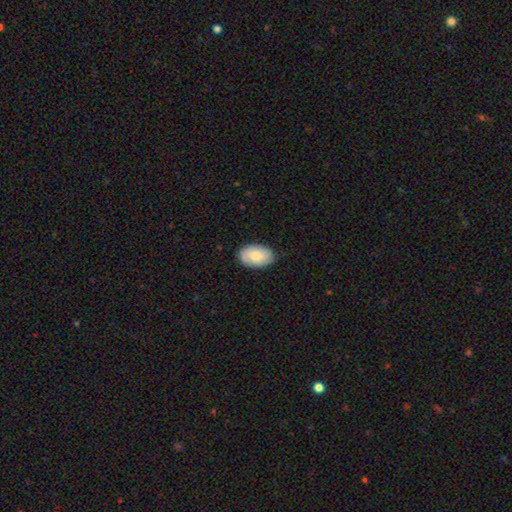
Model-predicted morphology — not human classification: Q: Smooth or featured?
A: smooth (76%); runner-up: featured or disk (19%)
Q: How rounded?
A: in between (91%); runner-up: round (8%)
Q: Merging?
A: none (84%); runner-up: minor disturbance (13%)